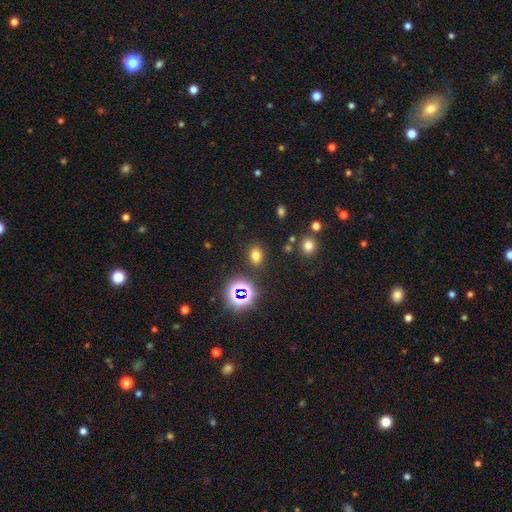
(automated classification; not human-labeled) A smooth galaxy with no disk features (70%) that is in between round and cigar-shaped (62%).

Vote fractions:
- Smooth or featured? smooth: 70% / star or artifact: 23% / featured or disk: 7%
- How rounded? in between: 62% / round: 36% / cigar-shaped: 1%
- Merging? none: 85% / minor disturbance: 9% / merger: 3% / major disturbance: 3%